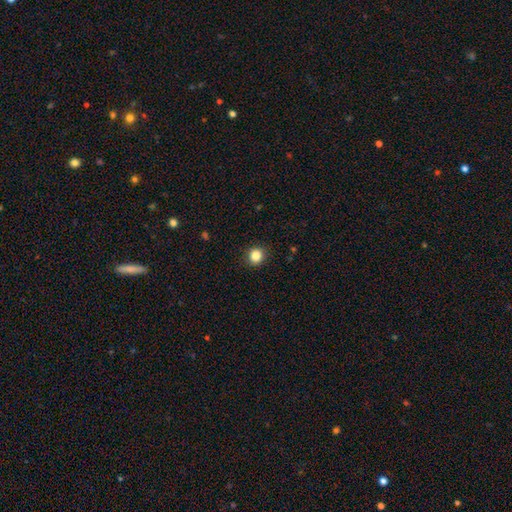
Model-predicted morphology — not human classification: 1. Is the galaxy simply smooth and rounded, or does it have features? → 85% smooth, 11% star or artifact, 4% featured or disk.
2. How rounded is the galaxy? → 88% round, 11% in between, 1% cigar-shaped.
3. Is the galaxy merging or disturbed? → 90% none, 7% minor disturbance, 2% major disturbance, 1% merger.